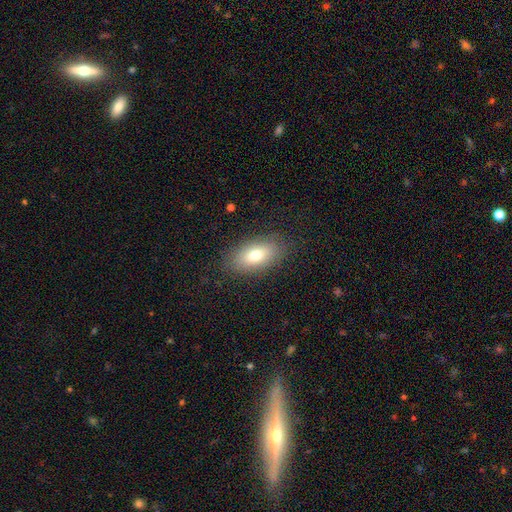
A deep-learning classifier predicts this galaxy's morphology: The model was most divided on "smooth or featured": smooth: 75%, featured or disk: 16%, star or artifact: 9%. More confident: how rounded — in between (88%); merging — none (85%).